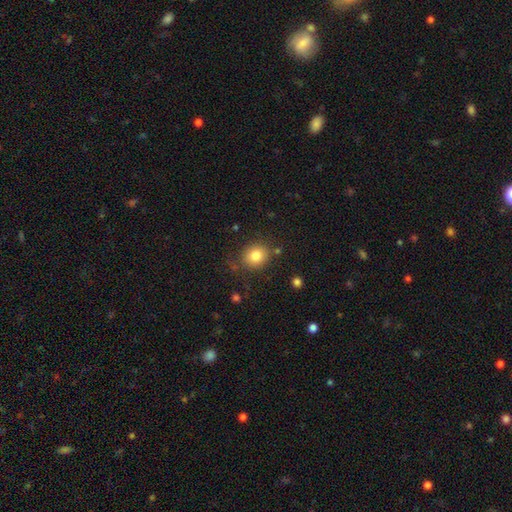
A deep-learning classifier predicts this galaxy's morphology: Smooth or featured? Predicted: smooth (p=0.82). How rounded? Predicted: round (p=0.72). Merging? Predicted: none (p=0.81).